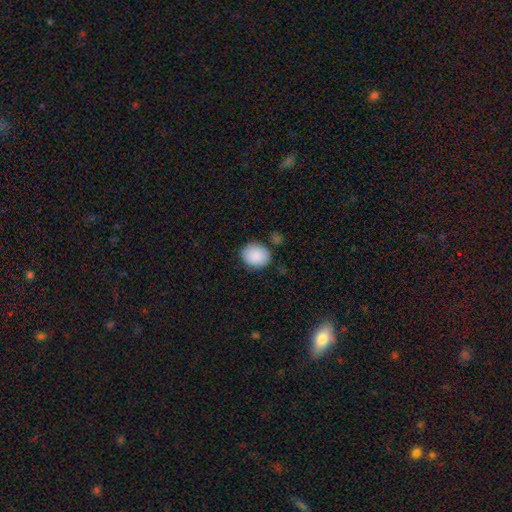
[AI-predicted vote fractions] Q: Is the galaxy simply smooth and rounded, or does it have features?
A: smooth — 89%.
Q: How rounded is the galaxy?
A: round — 64%.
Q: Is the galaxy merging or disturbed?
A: none — 77%.